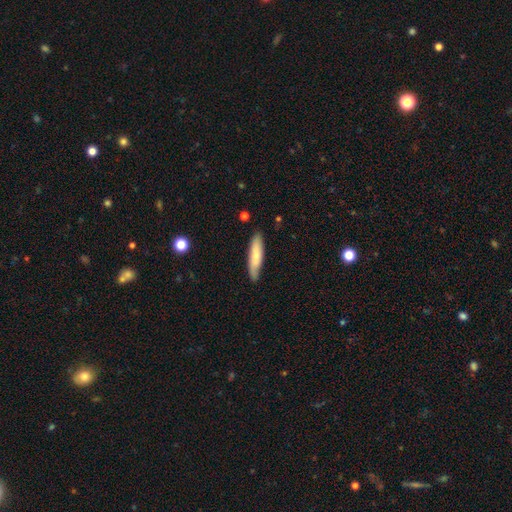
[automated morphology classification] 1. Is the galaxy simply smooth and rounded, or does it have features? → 73% smooth, 22% featured or disk, 6% star or artifact.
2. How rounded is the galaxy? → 78% cigar-shaped, 21% in between, 1% round.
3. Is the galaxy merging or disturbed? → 80% none, 15% minor disturbance, 3% major disturbance, 2% merger.